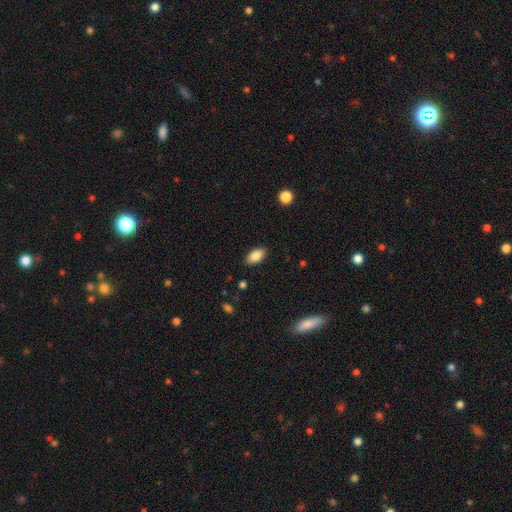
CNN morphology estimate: Smooth or featured? Predicted: smooth (p=0.84). How rounded? Predicted: in between (p=0.92). Merging? Predicted: none (p=0.88).